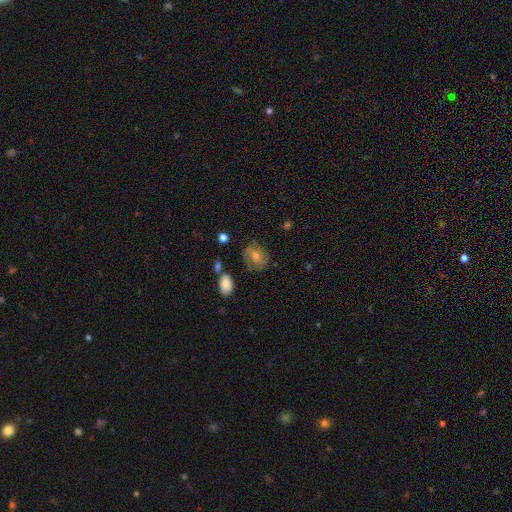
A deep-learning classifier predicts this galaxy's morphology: featured or disk 49%, smooth 40%, star or artifact 11%. Down the decision tree: merging — none (74%).